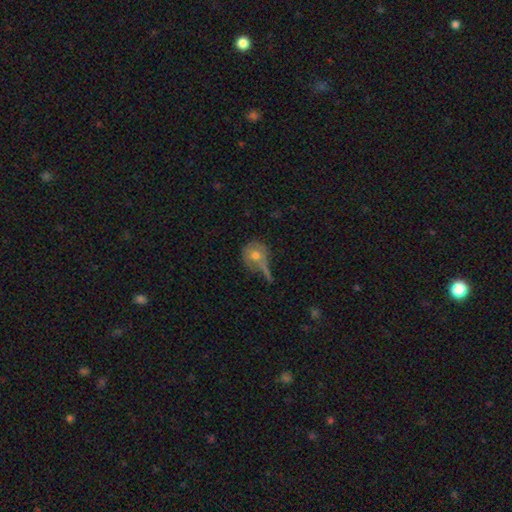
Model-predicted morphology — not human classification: Overall: smooth (63%; featured or disk 26%). How rounded: round (81%). Merging: none (46%; minor disturbance 22%).